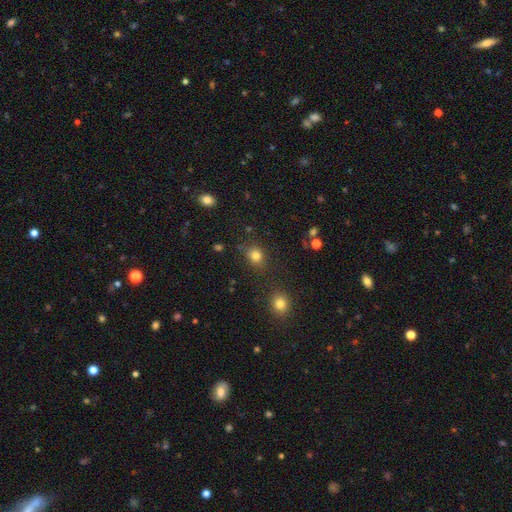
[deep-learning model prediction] A smooth galaxy with no disk features (80%) that is round (71%). Merging: none (77%).